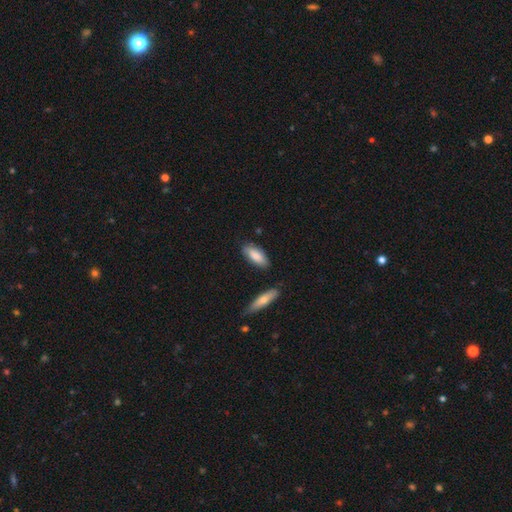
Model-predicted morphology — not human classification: This appears to be a smooth galaxy with no disk features (84%) that is in between round and cigar-shaped (78%). Merging: none (77%).